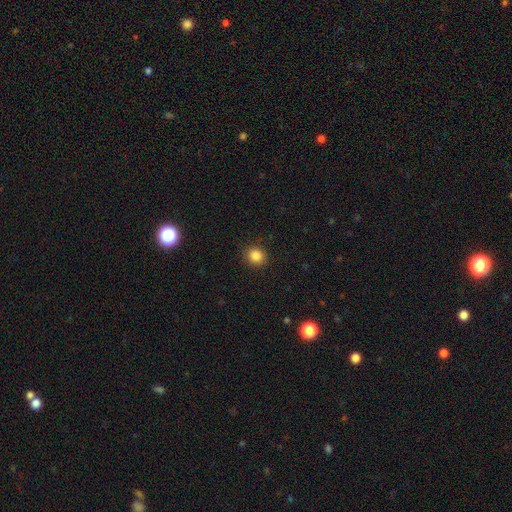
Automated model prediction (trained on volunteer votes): Smooth or featured: smooth — 86% (star or artifact — 11%)
How rounded: round — 78% (in between — 21%)
Merging: none — 90% (minor disturbance — 7%)